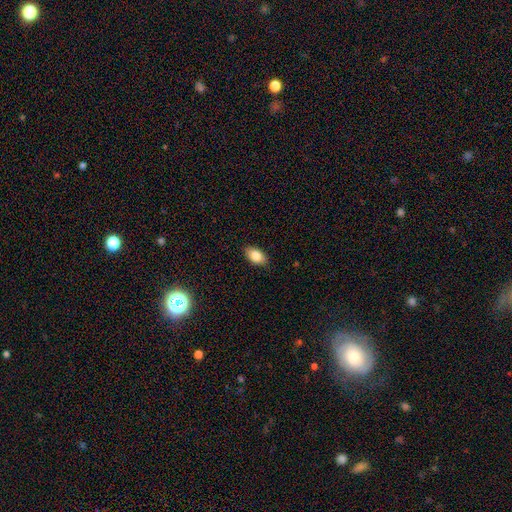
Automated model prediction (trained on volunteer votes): Smooth or featured?
  - smooth: 85% *
  - featured or disk: 8%
  - star or artifact: 7%
How rounded?
  - in between: 92% *
  - round: 6%
  - cigar-shaped: 2%
Merging?
  - none: 87% *
  - minor disturbance: 10%
  - major disturbance: 2%
  - merger: 1%